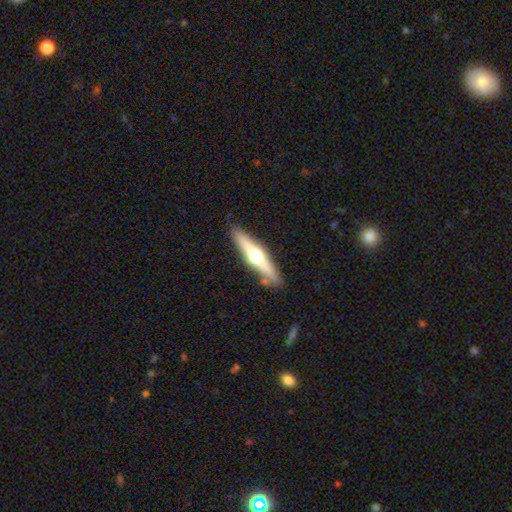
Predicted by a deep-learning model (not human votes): A featured or disk galaxy (62%) viewed edge-on (95%) with a rounded central bulge (95%). Merging: none (86%).